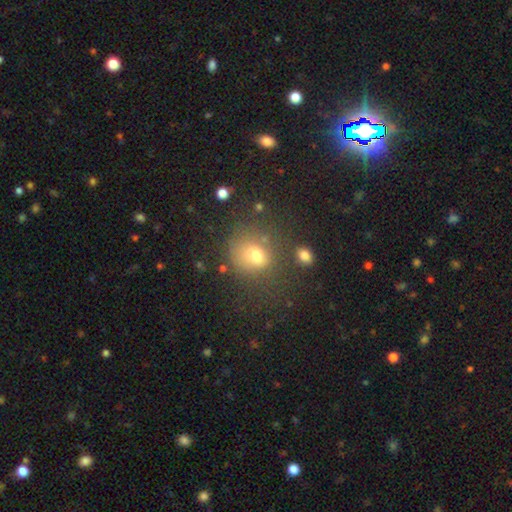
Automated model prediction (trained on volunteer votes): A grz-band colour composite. It shows a smooth galaxy with no disk features (70%) that is round (69%). Merging: none (57%).